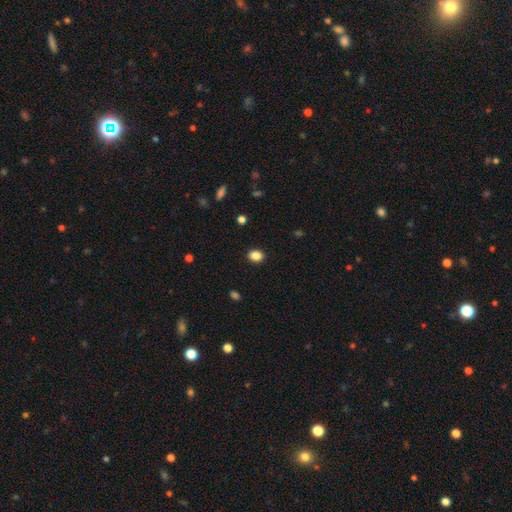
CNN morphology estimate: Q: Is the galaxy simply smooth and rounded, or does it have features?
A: smooth — 87%.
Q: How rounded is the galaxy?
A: in between — 58%.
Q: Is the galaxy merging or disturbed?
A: none — 90%.